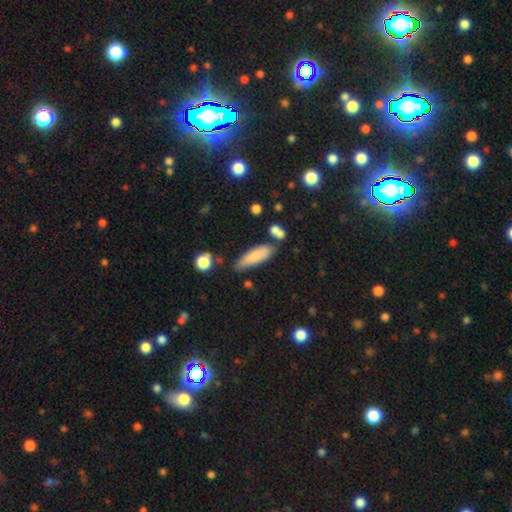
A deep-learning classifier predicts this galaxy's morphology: A smooth galaxy with no disk features (78%) that is in between round and cigar-shaped (58%).

Vote fractions:
- Smooth or featured? smooth: 78% / featured or disk: 16% / star or artifact: 7%
- How rounded? in between: 58% / cigar-shaped: 40% / round: 2%
- Merging? none: 59% / minor disturbance: 24% / merger: 11% / major disturbance: 6%